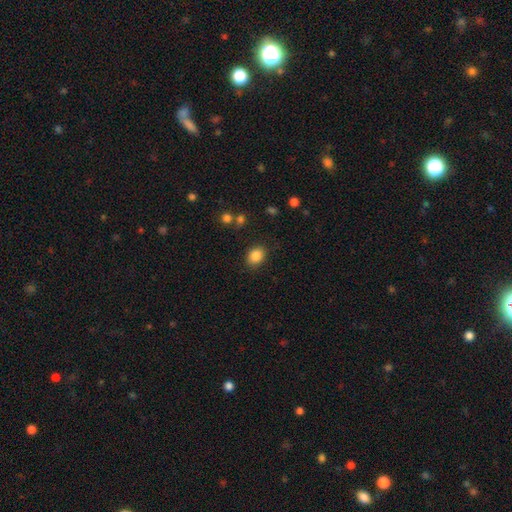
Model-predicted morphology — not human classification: Q: Smooth or featured?
A: smooth (86%); runner-up: star or artifact (9%)
Q: How rounded?
A: in between (51%); runner-up: round (48%)
Q: Merging?
A: none (85%); runner-up: minor disturbance (10%)